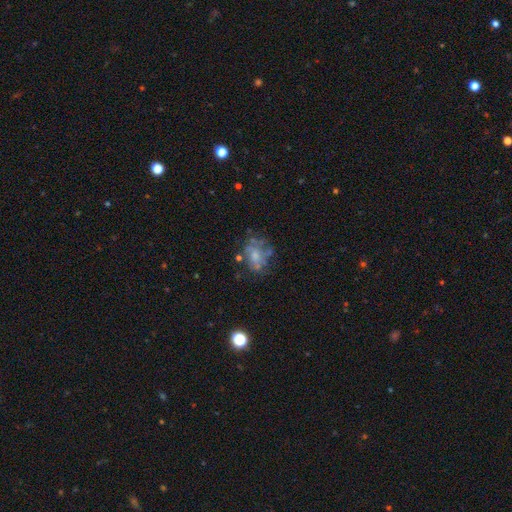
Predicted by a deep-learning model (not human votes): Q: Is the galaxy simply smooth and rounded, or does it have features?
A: featured or disk — 55%.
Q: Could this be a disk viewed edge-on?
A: no — 97%.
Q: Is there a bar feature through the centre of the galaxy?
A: no — 81%.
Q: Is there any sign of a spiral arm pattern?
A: no — 69%.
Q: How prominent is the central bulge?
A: moderate — 37%.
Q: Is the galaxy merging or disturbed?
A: none — 48%.